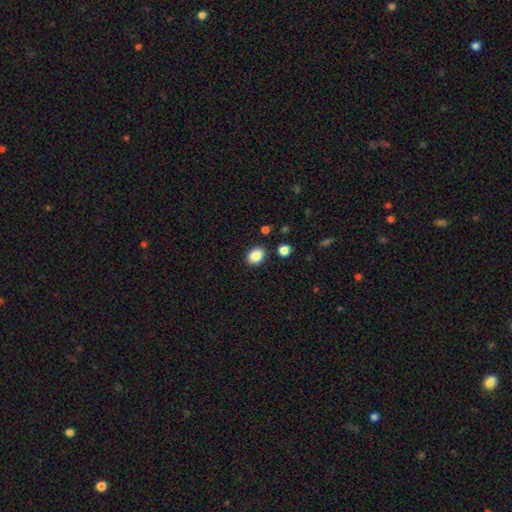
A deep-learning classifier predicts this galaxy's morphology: This appears to be a smooth galaxy with no disk features (87%) that is in between round and cigar-shaped (62%). Merging: none (87%).